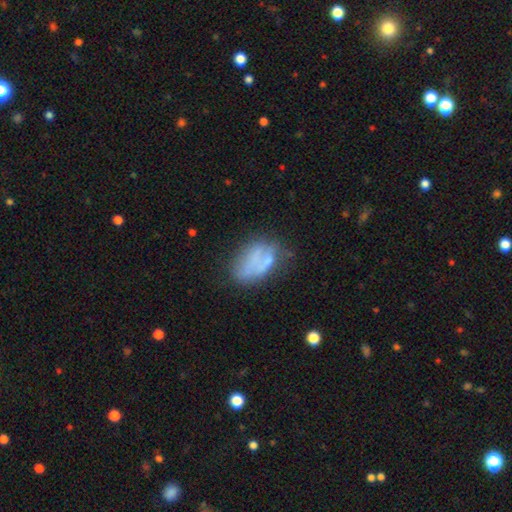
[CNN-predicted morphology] type=smooth (46%); merging=none (33%).